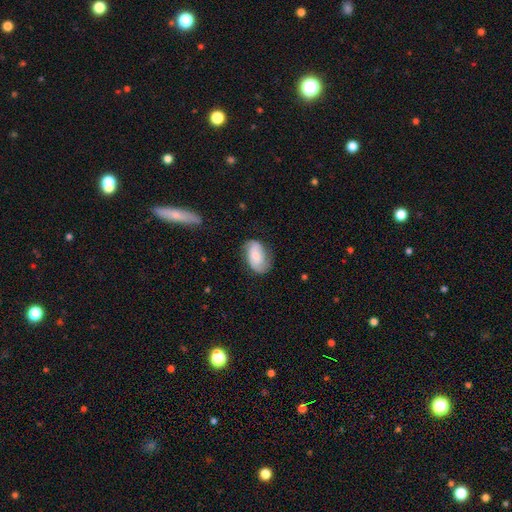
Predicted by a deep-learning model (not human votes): This appears to be a featured or disk galaxy (55%) with no bar (62%), spiral arms (87%) and a small central bulge (47%). Merging: none (70%).